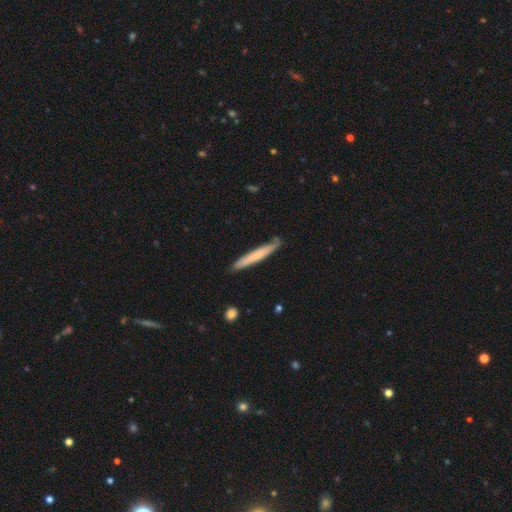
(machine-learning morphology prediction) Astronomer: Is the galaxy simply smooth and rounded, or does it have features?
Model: smooth — 64%.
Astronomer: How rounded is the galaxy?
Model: cigar-shaped — 96%.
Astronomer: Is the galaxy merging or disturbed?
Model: none — 85%.